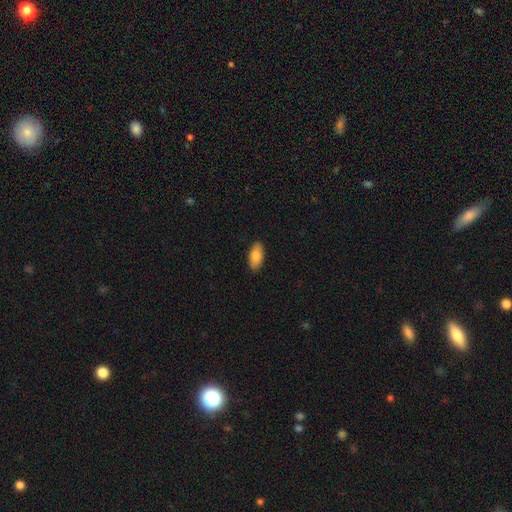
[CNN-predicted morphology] smooth-or-featured: smooth: 83% | featured or disk: 11% | star or artifact: 6%
  how-rounded: in between: 93% | cigar-shaped: 5% | round: 3%
  merging: none: 89% | minor disturbance: 8% | major disturbance: 2% | merger: 1%